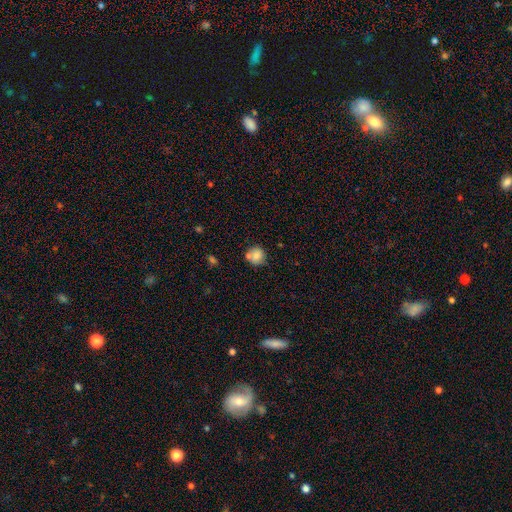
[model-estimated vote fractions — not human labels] smooth 79%, featured or disk 12%, star or artifact 9%. Down the decision tree: how rounded — round (83%); merging — none (56%).